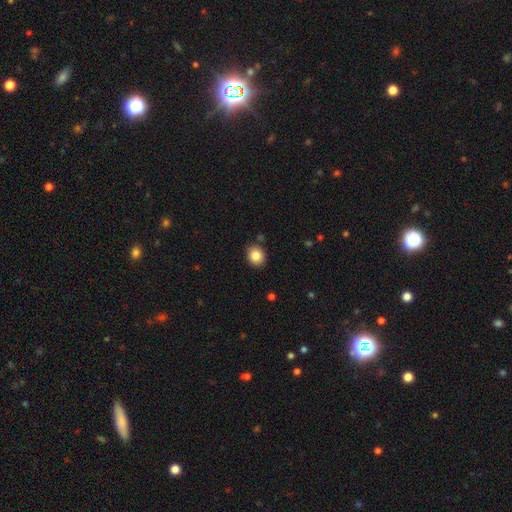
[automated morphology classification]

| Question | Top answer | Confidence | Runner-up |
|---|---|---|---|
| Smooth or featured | smooth | 85% | star or artifact (9%) |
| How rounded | round | 65% | in between (34%) |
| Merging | none | 87% | minor disturbance (9%) |